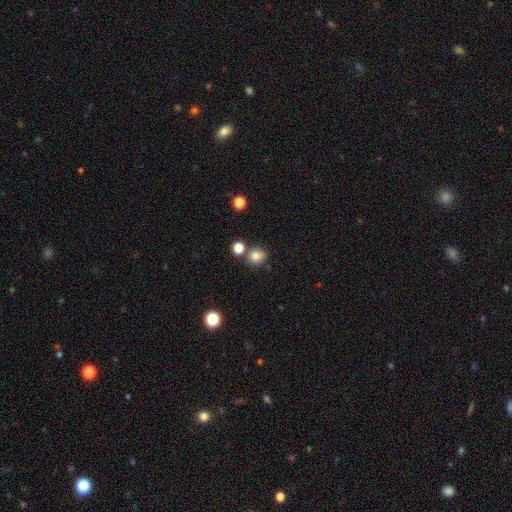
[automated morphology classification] Smooth or featured?
  - smooth: 81% *
  - star or artifact: 12%
  - featured or disk: 6%
How rounded?
  - round: 82% *
  - in between: 17%
  - cigar-shaped: 1%
Merging?
  - none: 72% *
  - merger: 14%
  - minor disturbance: 11%
  - major disturbance: 3%